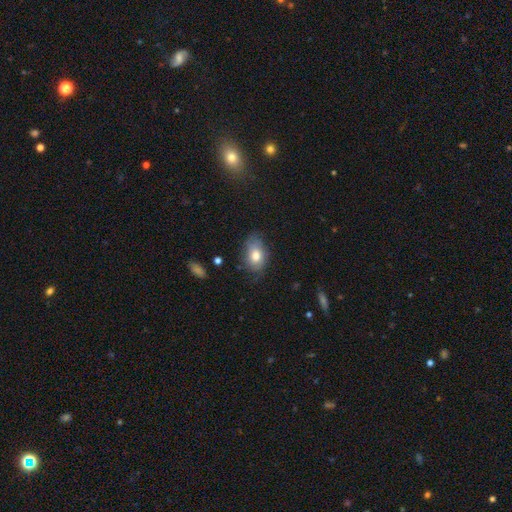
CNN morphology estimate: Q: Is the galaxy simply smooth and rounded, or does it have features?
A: smooth — 75%.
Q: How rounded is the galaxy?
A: in between — 86%.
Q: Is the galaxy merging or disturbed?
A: none — 62%.